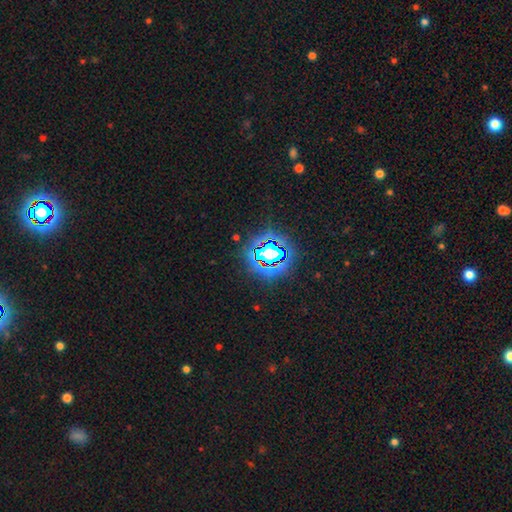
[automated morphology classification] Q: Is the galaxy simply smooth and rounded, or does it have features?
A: star or artifact — 83%.